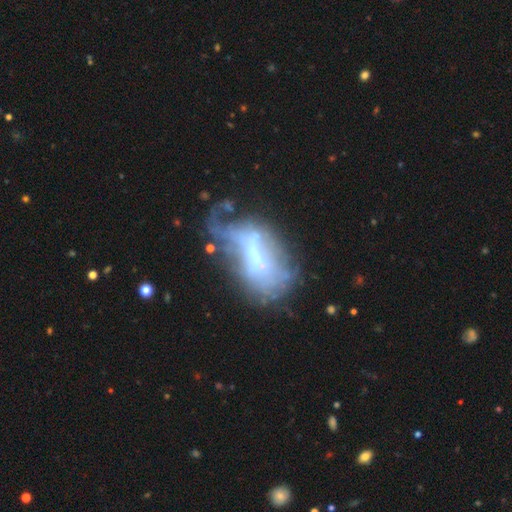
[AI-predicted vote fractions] smooth-or-featured: featured or disk: 56% | smooth: 32% | star or artifact: 13%
  disk-edge-on: no: 90% | yes: 10%
    bar: no: 44% | strong: 29% | weak: 26%
    has-spiral-arms: no: 74% | yes: 26%
    bulge-size: none: 38% | moderate: 25% | small: 20% | large: 13% | dominant: 4%
  merging: major disturbance: 44% | none: 23% | minor disturbance: 20% | merger: 12%